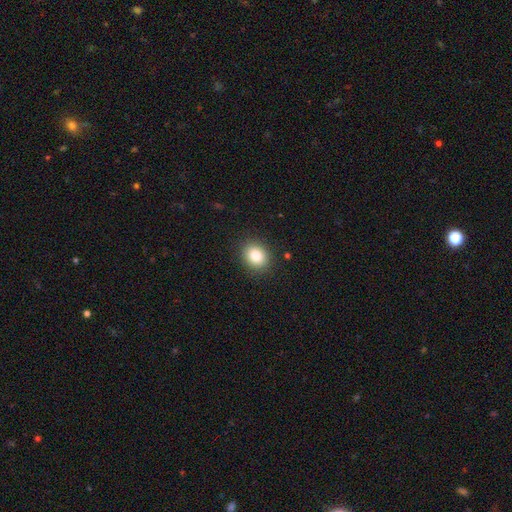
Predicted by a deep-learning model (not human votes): Overall: smooth (83%). How rounded: round (59%; in between 41%). Merging: none (88%).